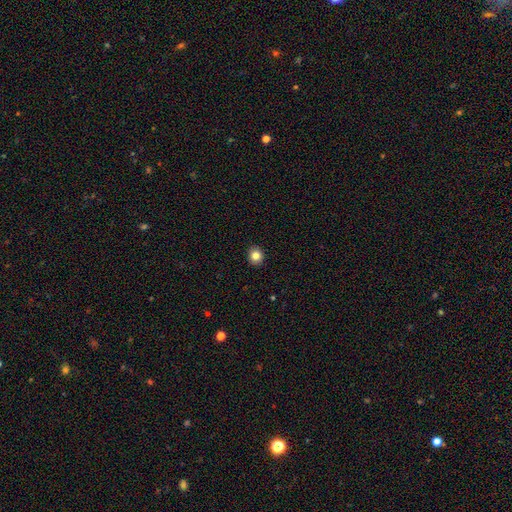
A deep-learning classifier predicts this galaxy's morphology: type=smooth (83%); roundness=round (81%); merging=none (92%).